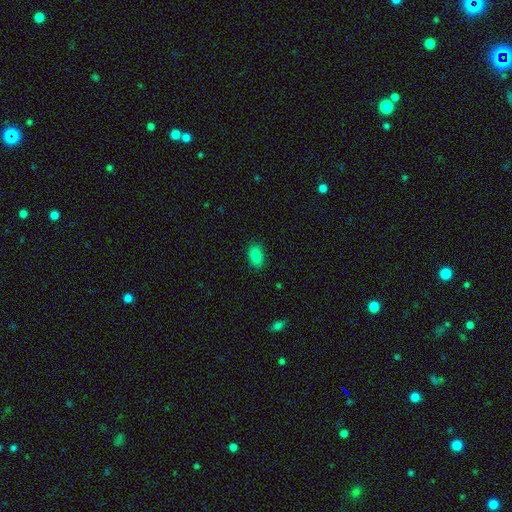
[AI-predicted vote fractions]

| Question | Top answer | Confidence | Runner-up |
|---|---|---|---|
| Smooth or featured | smooth | 86% | star or artifact (9%) |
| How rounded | in between | 90% | round (8%) |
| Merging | none | 87% | minor disturbance (9%) |